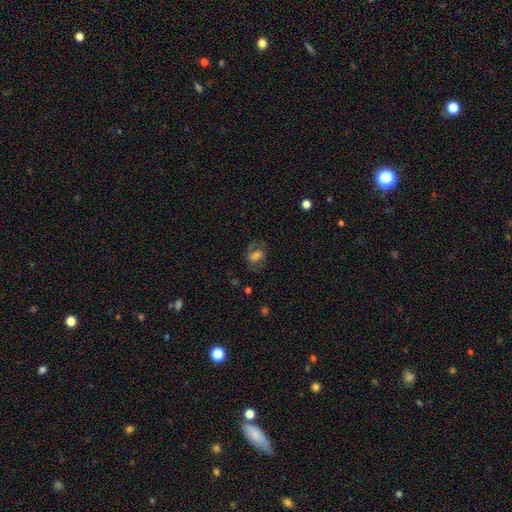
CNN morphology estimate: Smooth or featured? Predicted: smooth (p=0.45). Merging? Predicted: none (p=0.66).